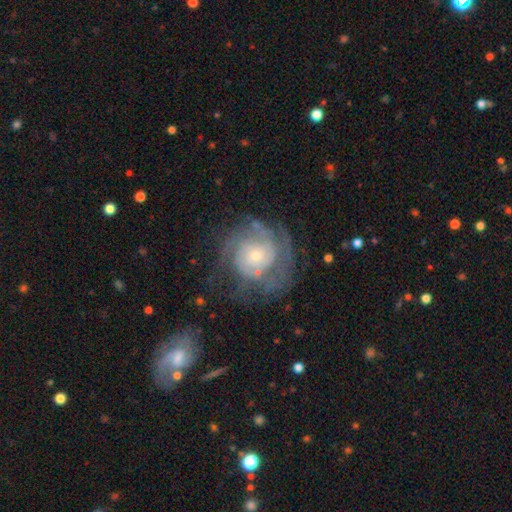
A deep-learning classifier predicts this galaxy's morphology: smooth_or_featured: featured or disk (p=0.80) [alt: smooth p=0.14]
disk_edge_on: no (p=0.97) [alt: yes p=0.03]
bar: no (p=0.78) [alt: weak p=0.18]
has_spiral_arms: yes (p=0.89) [alt: no p=0.11]
spiral_winding: tight (p=0.64) [alt: medium p=0.27]
spiral_arm_count: can't tell (p=0.40) [alt: 2 p=0.20]
bulge_size: small (p=0.68) [alt: moderate p=0.26]
merging: none (p=0.63) [alt: minor disturbance p=0.18]